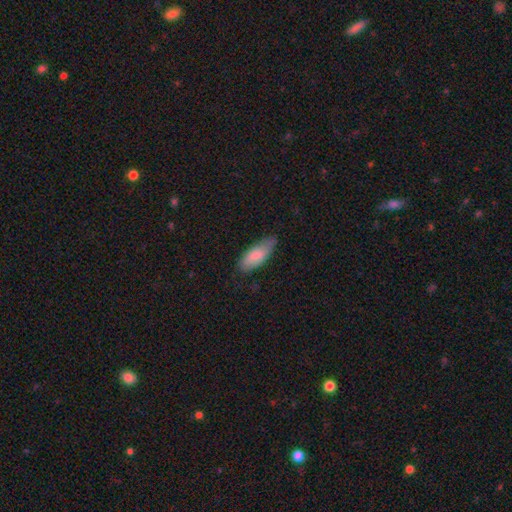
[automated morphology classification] A smooth galaxy with no disk features (82%) that is in between round and cigar-shaped (77%).

Vote fractions:
- Smooth or featured? smooth: 82% / featured or disk: 13% / star or artifact: 5%
- How rounded? in between: 77% / cigar-shaped: 22% / round: 2%
- Merging? none: 67% / minor disturbance: 28% / major disturbance: 4% / merger: 1%